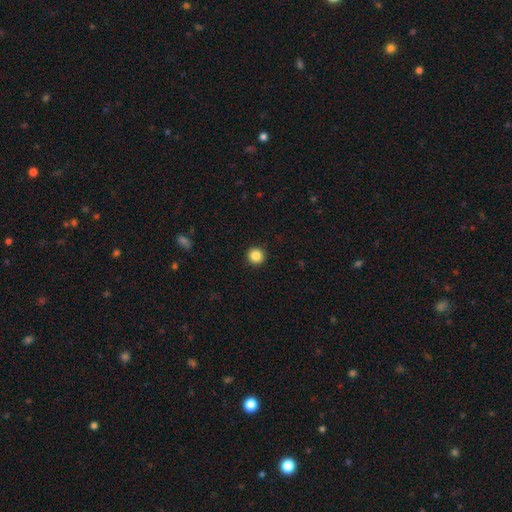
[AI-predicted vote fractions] Overall: smooth (87%). How rounded: round (95%). Merging: none (93%).